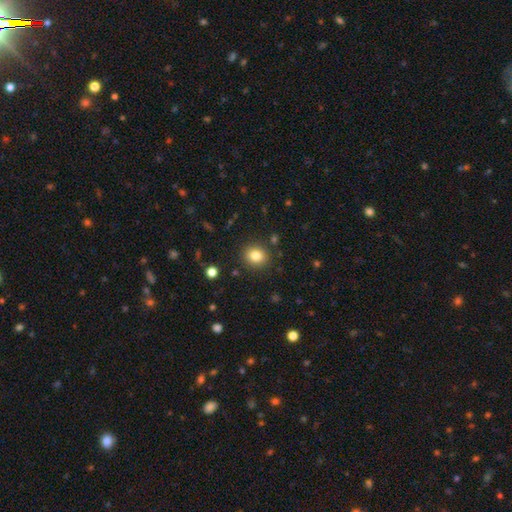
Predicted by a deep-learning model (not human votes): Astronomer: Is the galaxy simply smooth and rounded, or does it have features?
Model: smooth — 81%.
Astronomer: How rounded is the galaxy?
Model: round — 82%.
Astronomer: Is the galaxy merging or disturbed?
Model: none — 89%.